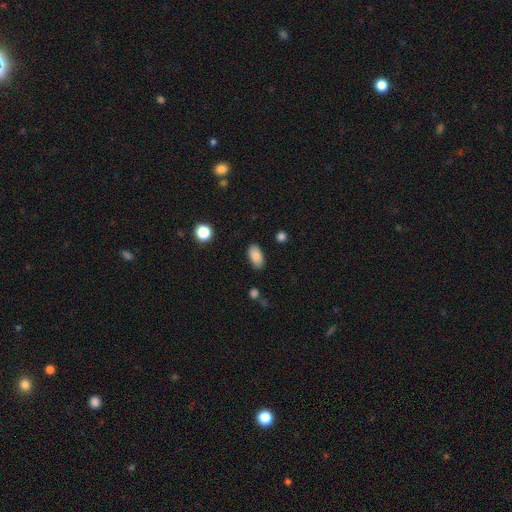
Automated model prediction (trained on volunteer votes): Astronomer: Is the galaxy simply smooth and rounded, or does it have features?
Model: smooth — 87%.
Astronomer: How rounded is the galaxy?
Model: in between — 93%.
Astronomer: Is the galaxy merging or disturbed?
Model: none — 85%.